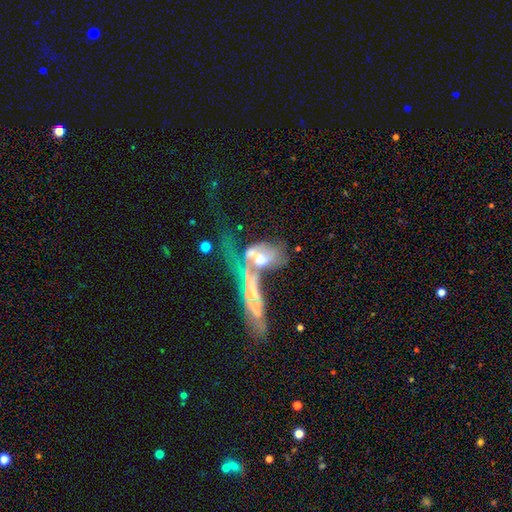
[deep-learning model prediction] Q: Smooth or featured?
A: featured or disk (59%); runner-up: smooth (30%)
Q: Edge-on disk?
A: no (82%); runner-up: yes (18%)
Q: Merging?
A: merger (60%); runner-up: major disturbance (23%)